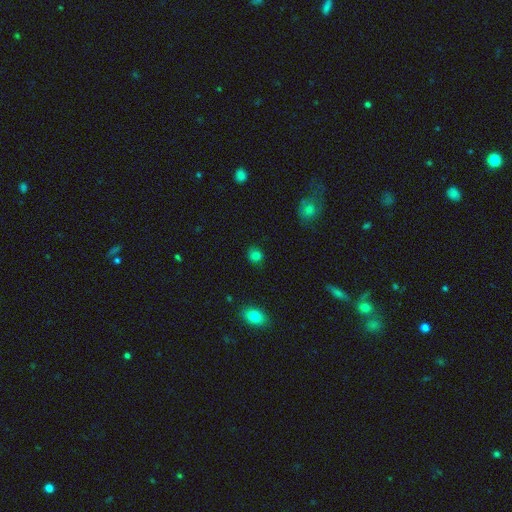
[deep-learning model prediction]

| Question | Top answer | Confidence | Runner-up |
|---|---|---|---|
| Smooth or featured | smooth | 81% | star or artifact (14%) |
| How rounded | round | 79% | in between (20%) |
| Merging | none | 85% | minor disturbance (11%) |